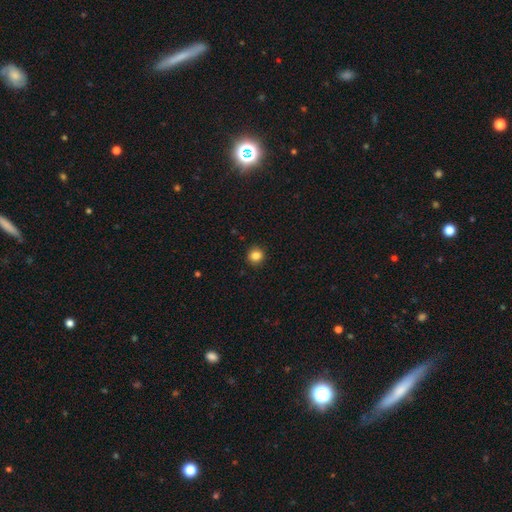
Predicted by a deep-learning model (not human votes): smooth 85%, star or artifact 11%, featured or disk 4%. Down the decision tree: how rounded — round (89%); merging — none (91%).